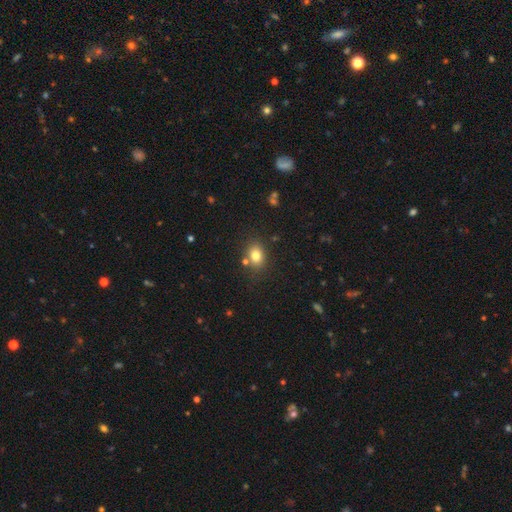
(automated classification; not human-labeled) The model was most divided on "how rounded": in between: 61%, round: 38%, cigar-shaped: 1%. More confident: smooth or featured — smooth (80%); merging — none (75%).